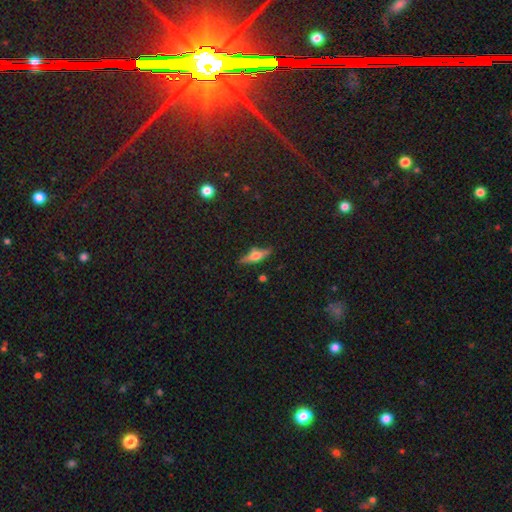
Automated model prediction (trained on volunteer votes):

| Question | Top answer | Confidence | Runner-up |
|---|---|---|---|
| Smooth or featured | featured or disk | 58% | smooth (33%) |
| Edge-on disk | yes | 94% | no (6%) |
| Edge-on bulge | rounded | 91% | boxy (7%) |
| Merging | none | 83% | minor disturbance (11%) |